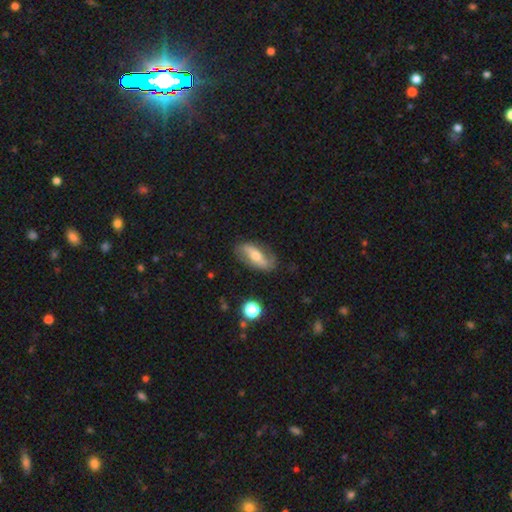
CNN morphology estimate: smooth-or-featured: featured or disk: 61% | smooth: 32% | star or artifact: 7%
  disk-edge-on: no: 80% | yes: 20%
  merging: none: 76% | minor disturbance: 17% | major disturbance: 6% | merger: 2%